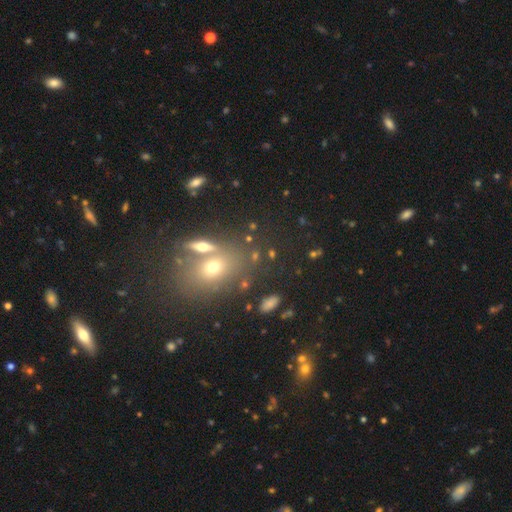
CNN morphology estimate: A smooth galaxy with no disk features (56%) that is in between round and cigar-shaped (55%). Merging: none (58%).